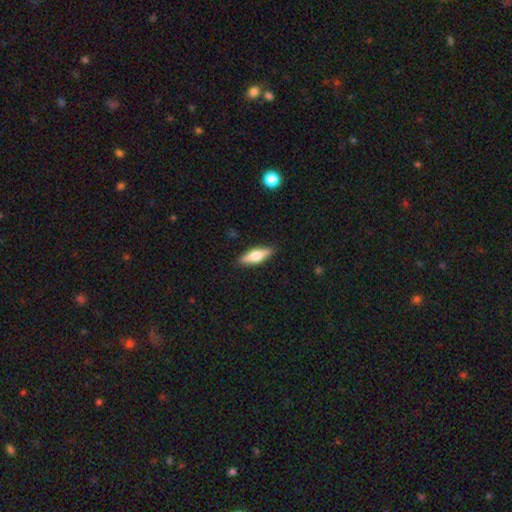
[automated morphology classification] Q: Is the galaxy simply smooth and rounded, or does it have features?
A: smooth — 56%.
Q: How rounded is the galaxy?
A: in between — 49%, tied with cigar-shaped.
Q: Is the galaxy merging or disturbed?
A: none — 89%.